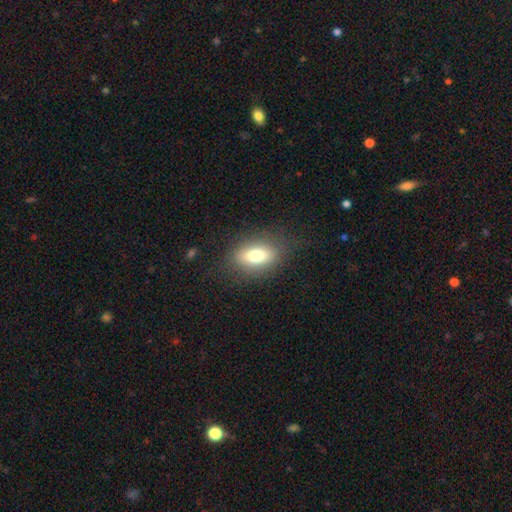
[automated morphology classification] Smooth or featured: smooth — 75% (featured or disk — 16%)
How rounded: in between — 82% (round — 12%)
Merging: none — 81% (minor disturbance — 12%)